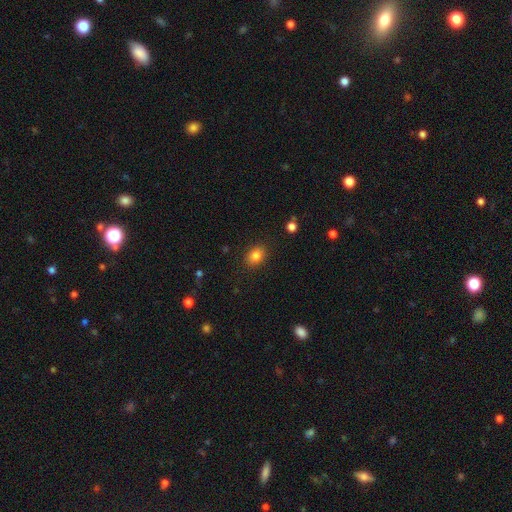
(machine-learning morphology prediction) smooth 83%, star or artifact 11%, featured or disk 6%. Down the decision tree: how rounded — in between (63%); merging — none (88%).